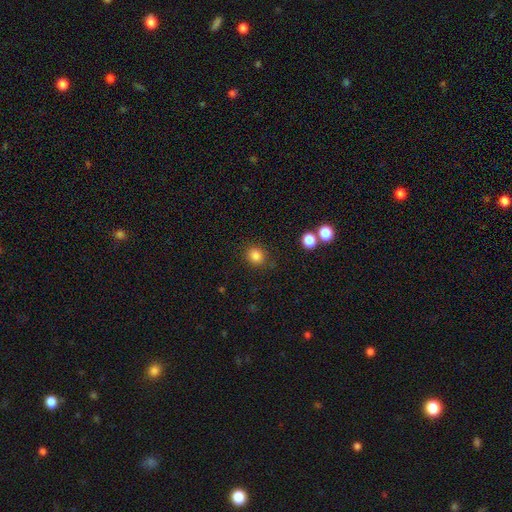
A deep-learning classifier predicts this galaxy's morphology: A smooth galaxy with no disk features (84%) that is round (82%). Merging: none (85%).